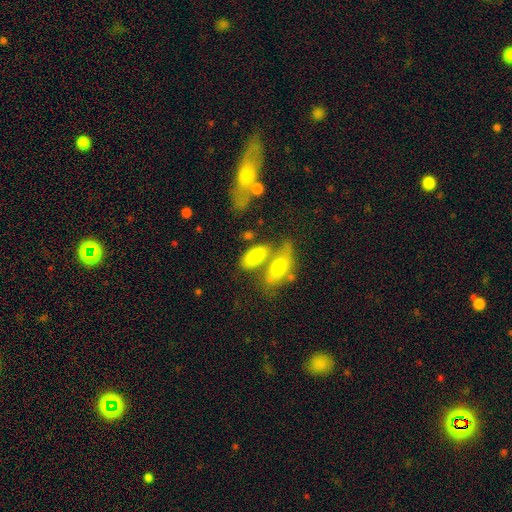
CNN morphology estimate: Smooth or featured?
  - smooth: 76% *
  - featured or disk: 16%
  - star or artifact: 8%
How rounded?
  - in between: 88% *
  - cigar-shaped: 8%
  - round: 4%
Merging?
  - none: 41% *
  - merger: 38%
  - minor disturbance: 14%
  - major disturbance: 7%